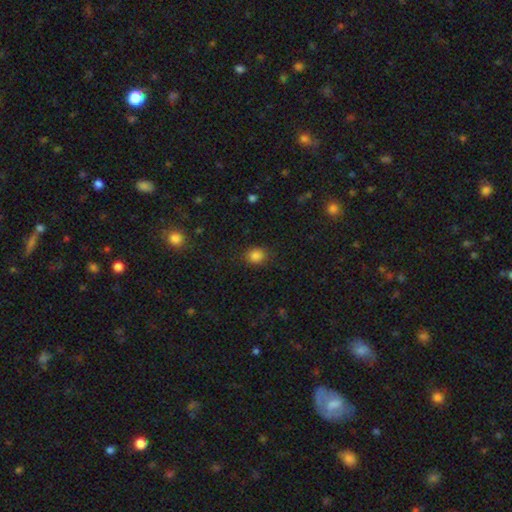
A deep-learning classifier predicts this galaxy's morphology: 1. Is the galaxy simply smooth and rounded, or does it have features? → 83% smooth, 12% star or artifact, 4% featured or disk.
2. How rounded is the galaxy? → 66% round, 32% in between, 1% cigar-shaped.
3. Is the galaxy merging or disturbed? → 84% none, 11% minor disturbance, 3% major disturbance, 1% merger.